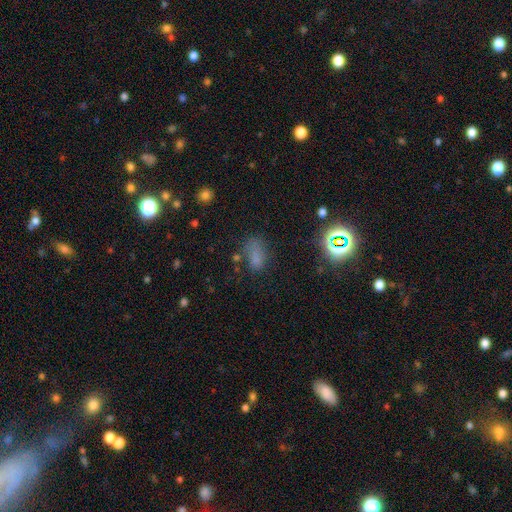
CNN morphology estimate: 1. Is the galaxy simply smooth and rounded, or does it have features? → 62% smooth, 28% star or artifact, 10% featured or disk.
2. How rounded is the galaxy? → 83% in between, 11% round, 6% cigar-shaped.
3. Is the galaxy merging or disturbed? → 55% none, 23% minor disturbance, 15% major disturbance, 7% merger.